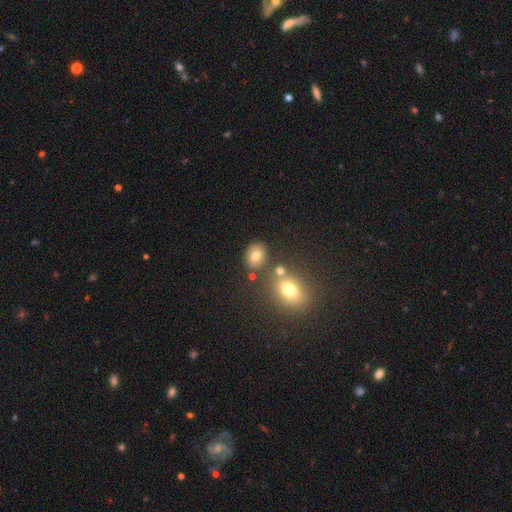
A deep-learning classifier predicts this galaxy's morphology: A smooth galaxy with no disk features (74%) that is round (51%).

Vote fractions:
- Smooth or featured? smooth: 74% / star or artifact: 15% / featured or disk: 11%
- How rounded? round: 51% / in between: 48% / cigar-shaped: 1%
- Merging? none: 77% / minor disturbance: 11% / merger: 9% / major disturbance: 4%